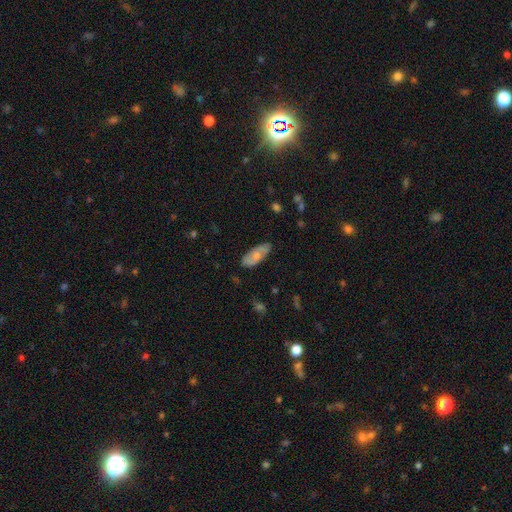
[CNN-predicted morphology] smooth 53%, featured or disk 41%, star or artifact 6%. Down the decision tree: how rounded — in between (82%); merging — none (76%).